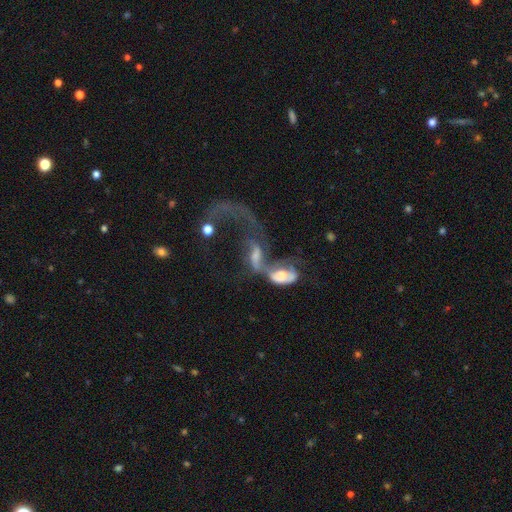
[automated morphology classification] Q: Smooth or featured?
A: featured or disk (66%); runner-up: smooth (24%)
Q: Edge-on disk?
A: no (93%); runner-up: yes (7%)
Q: Bar?
A: no (56%); runner-up: weak (31%)
Q: Spiral arms?
A: yes (69%); runner-up: no (31%)
Q: Bulge size?
A: moderate (45%); runner-up: small (32%)
Q: Merging?
A: merger (70%); runner-up: major disturbance (19%)